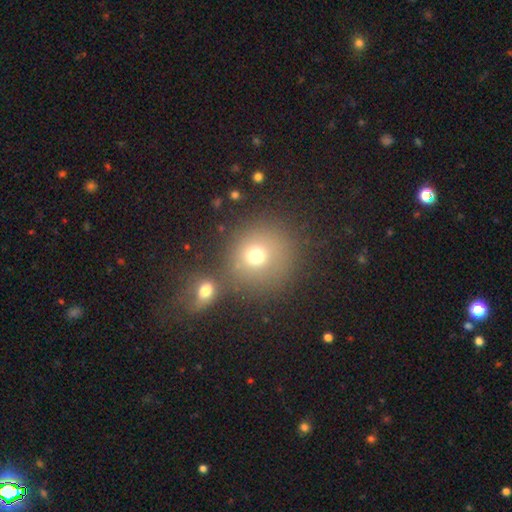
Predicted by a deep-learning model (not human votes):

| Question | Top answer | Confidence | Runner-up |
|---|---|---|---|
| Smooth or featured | smooth | 71% | star or artifact (17%) |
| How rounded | round | 86% | in between (13%) |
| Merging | none | 58% | merger (27%) |